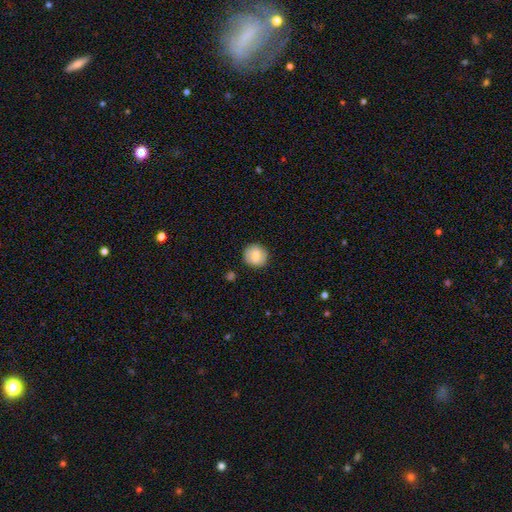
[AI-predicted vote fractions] Morphology: type=smooth (70%); roundness=round (90%); merging=none (86%).